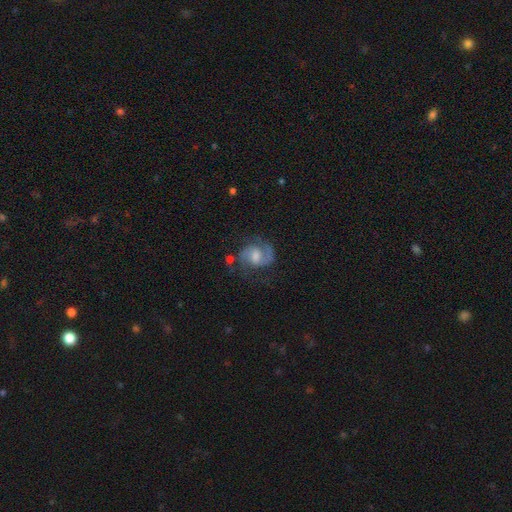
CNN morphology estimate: Smooth or featured? featured or disk (80%)
Edge-on disk? no (98%)
Bar? weak (54%)
Spiral arms? yes (95%)
Spiral winding? medium (56%)
Spiral arm count? 2 (85%)
Bulge size? moderate (45%)
Merging? none (64%)